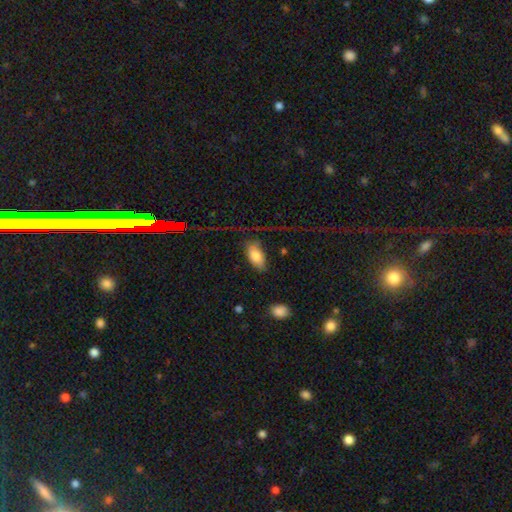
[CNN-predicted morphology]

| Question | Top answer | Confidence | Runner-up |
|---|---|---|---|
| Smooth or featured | smooth | 81% | featured or disk (12%) |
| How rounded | in between | 92% | cigar-shaped (4%) |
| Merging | none | 61% | minor disturbance (20%) |